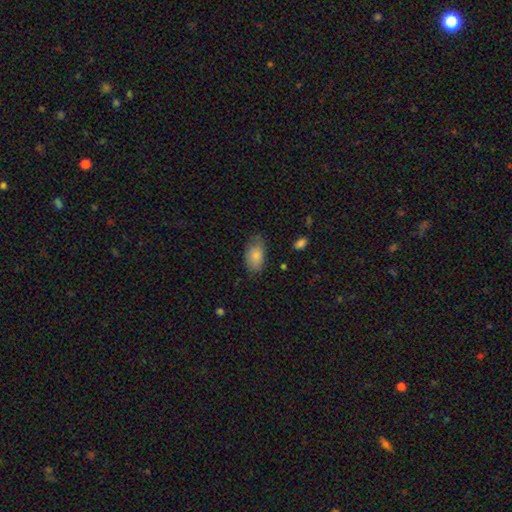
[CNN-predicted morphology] The model was most divided on "merging": none: 67%, minor disturbance: 25%, major disturbance: 6%, merger: 2%. More confident: how rounded — in between (92%); smooth or featured — smooth (84%).